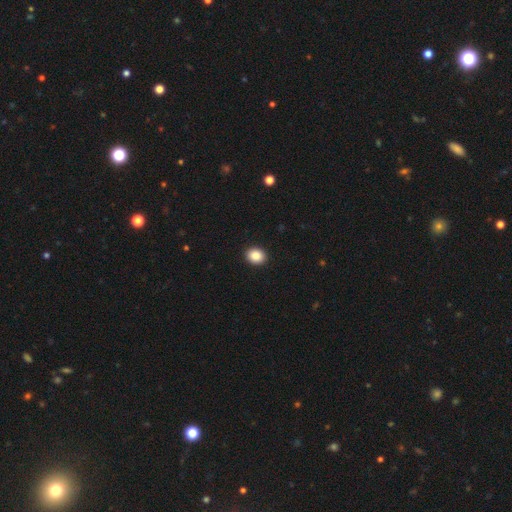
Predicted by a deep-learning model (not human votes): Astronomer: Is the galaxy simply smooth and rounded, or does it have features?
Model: smooth — 88%.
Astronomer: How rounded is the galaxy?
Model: round — 57% (runner-up: in between, 42%).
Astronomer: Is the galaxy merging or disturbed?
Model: none — 92%.